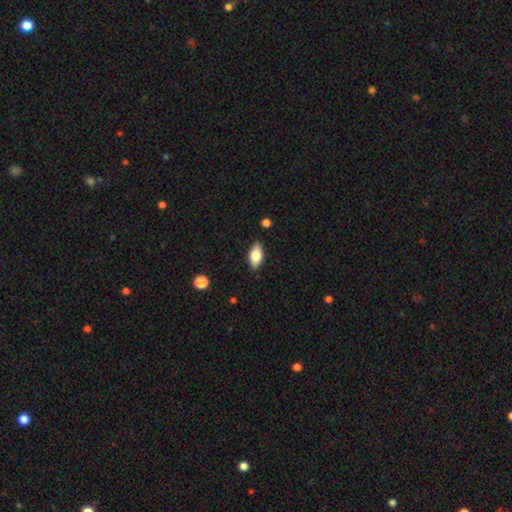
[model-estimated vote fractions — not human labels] This appears to be a smooth galaxy with no disk features (74%) that is in between round and cigar-shaped (88%). Merging: none (86%).